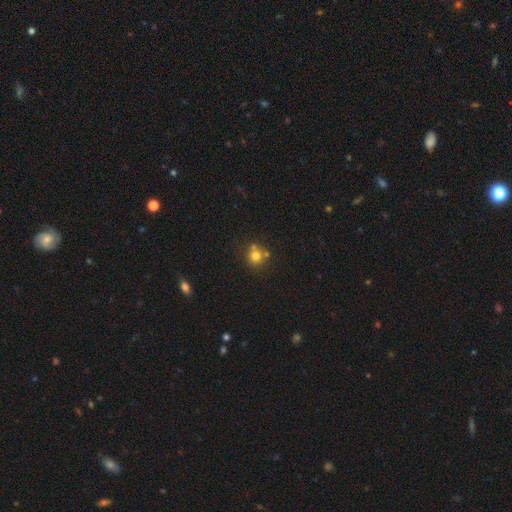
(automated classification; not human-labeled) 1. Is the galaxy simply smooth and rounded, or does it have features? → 75% smooth, 15% star or artifact, 10% featured or disk.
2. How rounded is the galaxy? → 90% round, 9% in between, 1% cigar-shaped.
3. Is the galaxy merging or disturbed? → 64% none, 23% merger, 9% minor disturbance, 3% major disturbance.